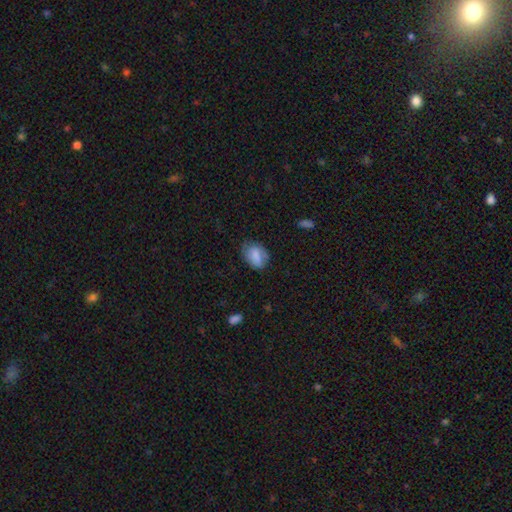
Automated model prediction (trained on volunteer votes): Smooth or featured: smooth — 72% (featured or disk — 20%)
How rounded: in between — 79% (round — 19%)
Merging: none — 65% (minor disturbance — 26%)